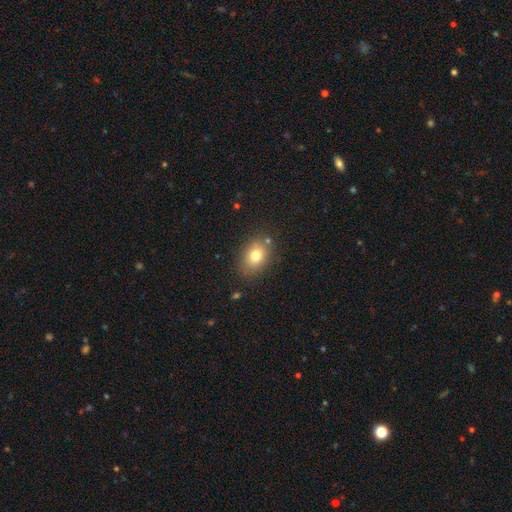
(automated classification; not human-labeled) Smooth or featured?
  - smooth: 77% *
  - featured or disk: 12%
  - star or artifact: 11%
How rounded?
  - in between: 67% *
  - round: 32%
  - cigar-shaped: 1%
Merging?
  - none: 79% *
  - minor disturbance: 13%
  - merger: 4%
  - major disturbance: 4%